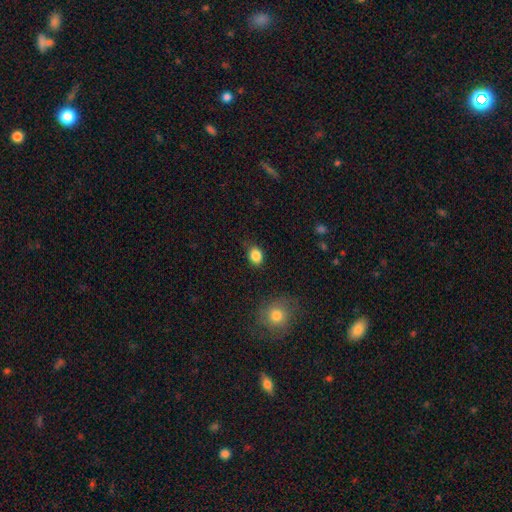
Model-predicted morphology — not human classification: smooth 86%, star or artifact 10%, featured or disk 4%. Down the decision tree: how rounded — in between (60%); merging — none (78%).